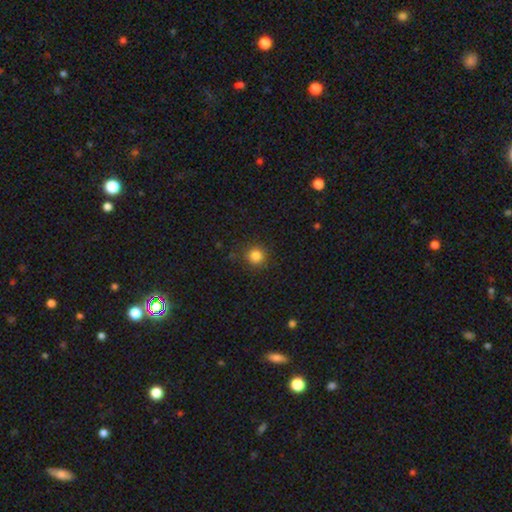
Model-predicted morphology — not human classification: This appears to be a smooth galaxy with no disk features (83%) that is round (93%). Merging: none (89%).